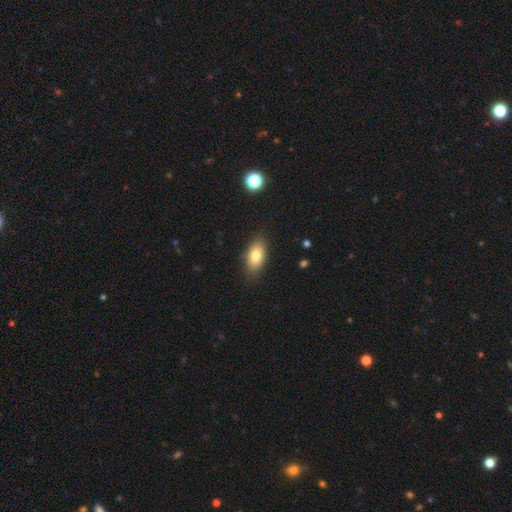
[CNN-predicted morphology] The model was most divided on "smooth or featured": smooth: 80%, featured or disk: 12%, star or artifact: 8%. More confident: how rounded — in between (89%); merging — none (85%).